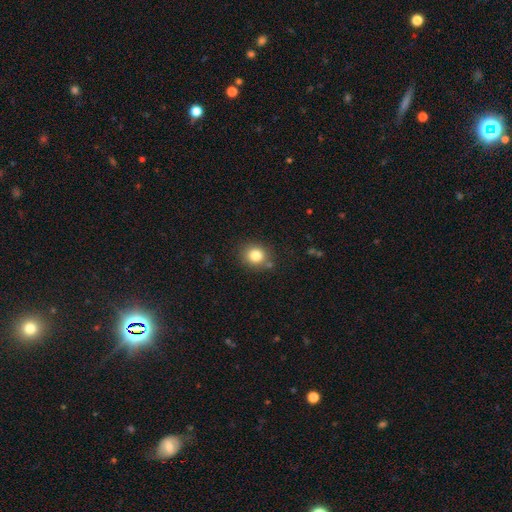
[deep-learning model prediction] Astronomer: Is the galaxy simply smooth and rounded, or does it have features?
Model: smooth — 82%.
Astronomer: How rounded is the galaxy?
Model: round — 80%.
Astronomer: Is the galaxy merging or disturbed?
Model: none — 81%.